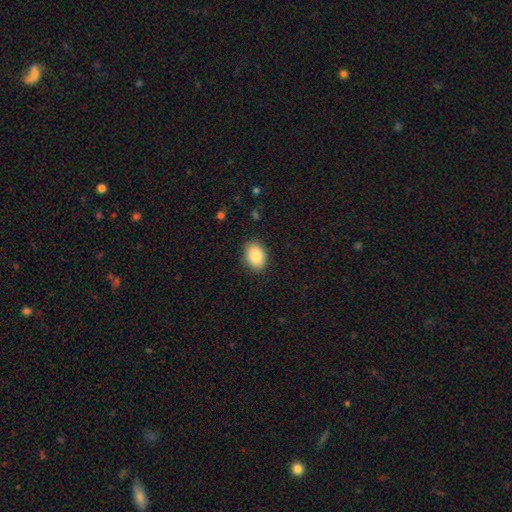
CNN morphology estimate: Smooth or featured? smooth (86%)
How rounded? in between (79%)
Merging? none (88%)